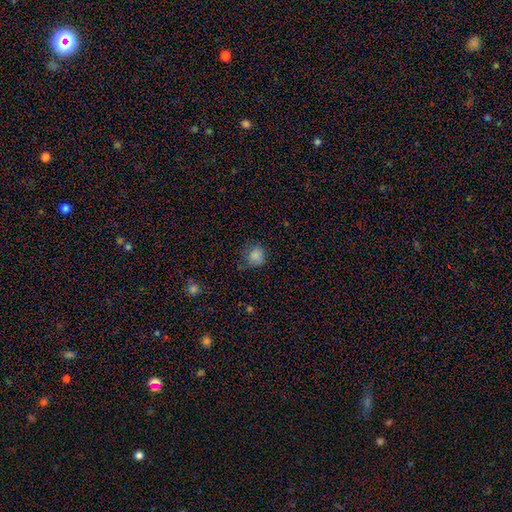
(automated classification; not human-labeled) Smooth or featured?
  - smooth: 82% *
  - star or artifact: 11%
  - featured or disk: 7%
How rounded?
  - round: 81% *
  - in between: 18%
  - cigar-shaped: 1%
Merging?
  - none: 60% *
  - minor disturbance: 27%
  - major disturbance: 11%
  - merger: 2%